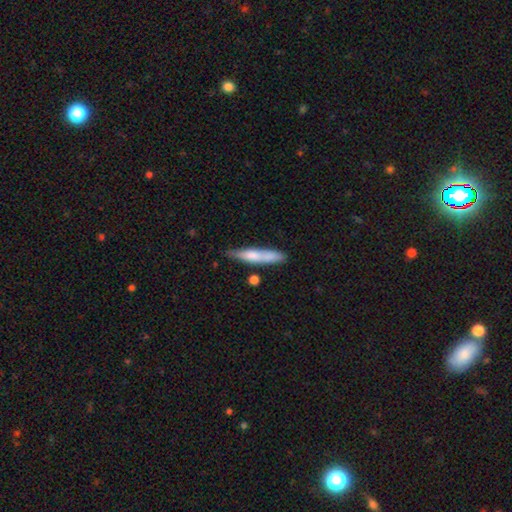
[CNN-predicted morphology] smooth_or_featured: smooth (p=0.66) [alt: featured or disk p=0.28]
how_rounded: cigar-shaped (p=0.88) [alt: in between p=0.11]
merging: none (p=0.68) [alt: minor disturbance p=0.20]